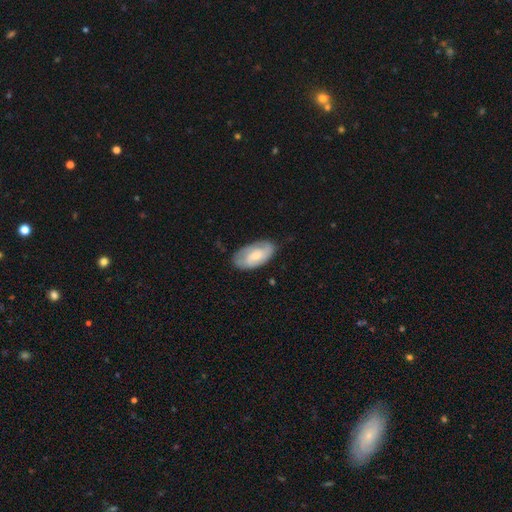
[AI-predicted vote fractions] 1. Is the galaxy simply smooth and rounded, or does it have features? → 48% smooth, 46% featured or disk, 6% star or artifact.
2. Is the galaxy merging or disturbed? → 71% none, 23% minor disturbance, 5% major disturbance, 1% merger.